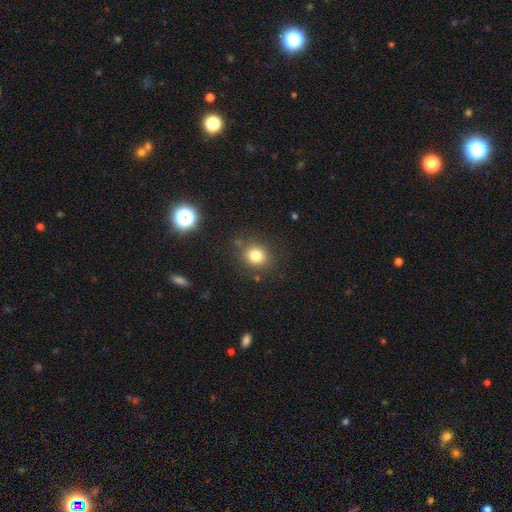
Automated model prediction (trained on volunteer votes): This appears to be a smooth galaxy with no disk features (80%) that is round (81%). Merging: none (82%).